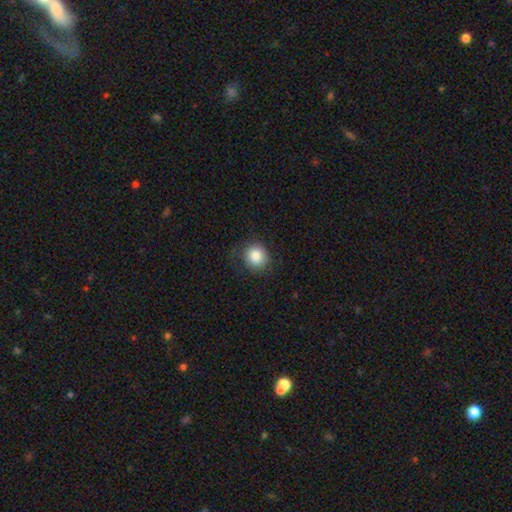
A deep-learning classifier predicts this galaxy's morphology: The model was most divided on "merging": none: 78%, minor disturbance: 15%, major disturbance: 6%, merger: 1%. More confident: how rounded — round (87%); smooth or featured — smooth (85%).